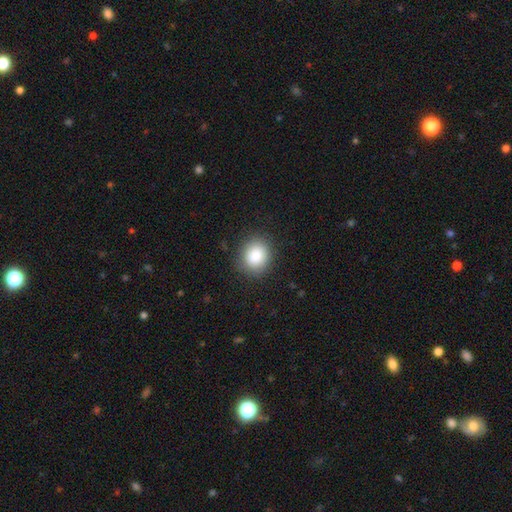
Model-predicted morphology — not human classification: The model was most divided on "how rounded": round: 74%, in between: 25%, cigar-shaped: 1%. More confident: merging — none (87%); smooth or featured — smooth (86%).